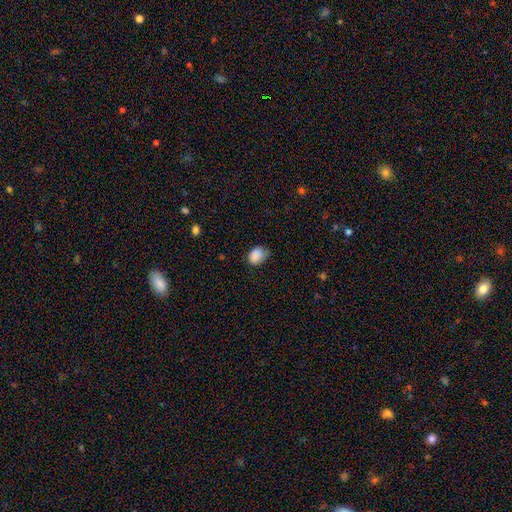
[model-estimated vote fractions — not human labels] The model was most divided on "merging": none: 54%, minor disturbance: 36%, major disturbance: 8%, merger: 2%. More confident: smooth or featured — smooth (86%); how rounded — in between (63%).